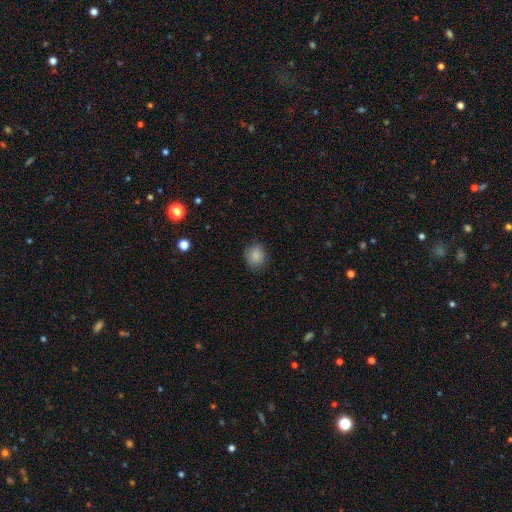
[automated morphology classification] smooth_or_featured: smooth (p=0.87) [alt: star or artifact p=0.09]
how_rounded: round (p=0.65) [alt: in between p=0.34]
merging: none (p=0.84) [alt: minor disturbance p=0.12]